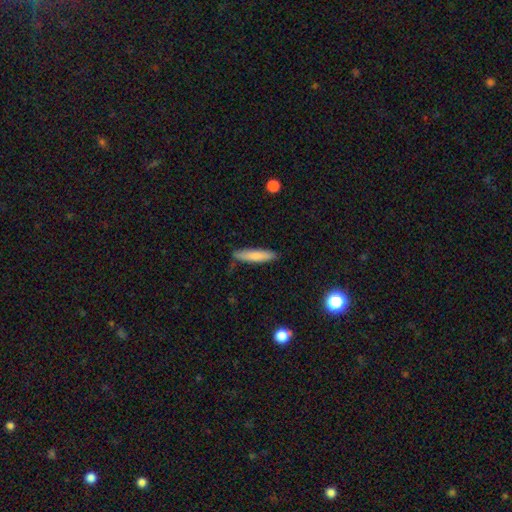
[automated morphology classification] The model was most divided on "smooth or featured": smooth: 79%, featured or disk: 15%, star or artifact: 6%. More confident: how rounded — cigar-shaped (83%); merging — none (82%).